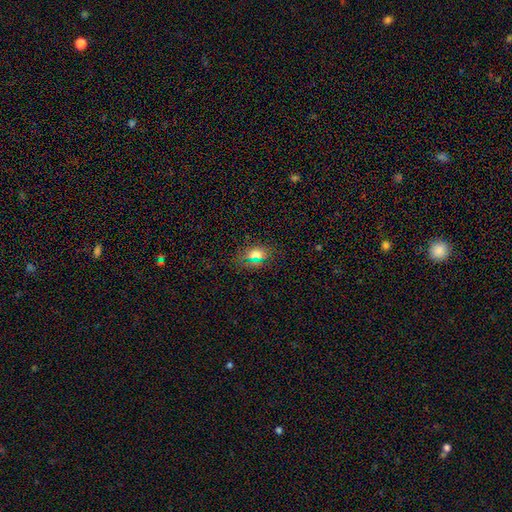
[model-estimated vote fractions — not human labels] smooth_or_featured: smooth (p=0.67) [alt: star or artifact p=0.23]
how_rounded: in between (p=0.72) [alt: round p=0.24]
merging: none (p=0.83) [alt: minor disturbance p=0.11]